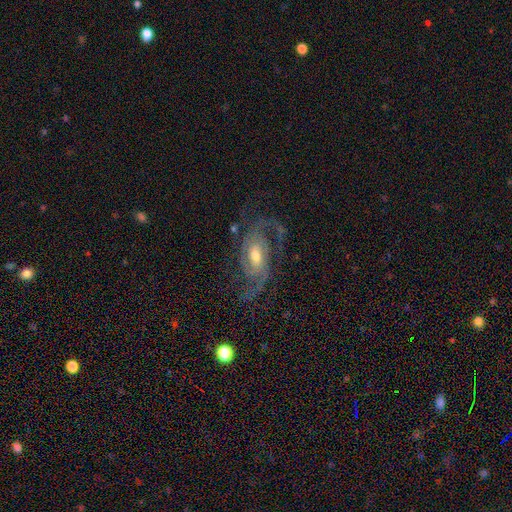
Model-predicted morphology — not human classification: smooth-or-featured: featured or disk: 90% | star or artifact: 5% | smooth: 5%
  disk-edge-on: no: 97% | yes: 3%
    bar: weak: 44% | no: 41% | strong: 15%
    has-spiral-arms: yes: 98% | no: 2%
      spiral-winding: medium: 53% | tight: 26% | loose: 21%
      spiral-arm-count: 2: 64% | 3: 18% | can't tell: 7% | 4: 4% | 1: 4% | more than 4: 3%
    bulge-size: moderate: 64% | small: 28% | large: 6% | none: 1% | dominant: 1%
  merging: none: 70% | minor disturbance: 15% | major disturbance: 13% | merger: 2%